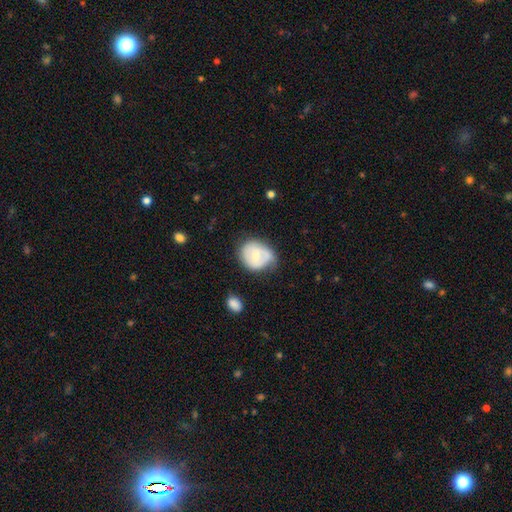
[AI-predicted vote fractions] Smooth or featured? Predicted: featured or disk (p=0.48). Merging? Predicted: none (p=0.51).